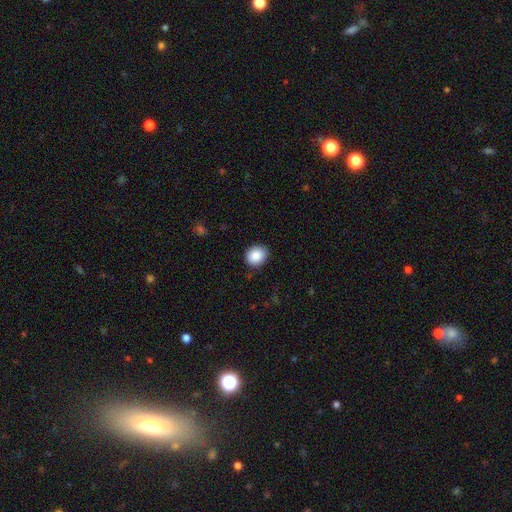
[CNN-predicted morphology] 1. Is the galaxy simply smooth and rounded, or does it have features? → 88% smooth, 8% star or artifact, 4% featured or disk.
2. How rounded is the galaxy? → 69% round, 31% in between, 1% cigar-shaped.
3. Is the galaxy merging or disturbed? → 87% none, 10% minor disturbance, 2% major disturbance, 1% merger.